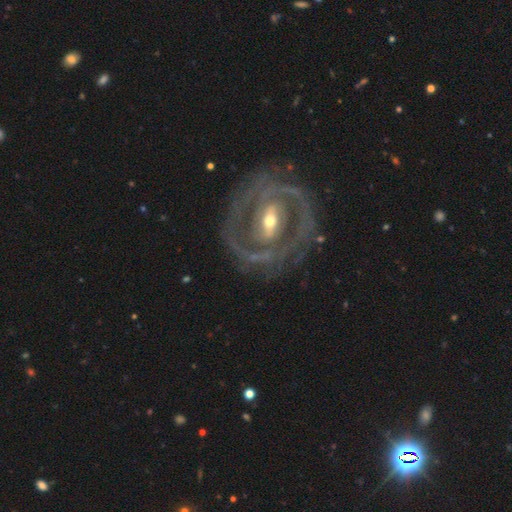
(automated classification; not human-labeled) Smooth or featured?
  - featured or disk: 86% *
  - smooth: 8%
  - star or artifact: 6%
Edge-on disk?
  - no: 95% *
  - yes: 5%
Bar?
  - strong: 49% *
  - weak: 32%
  - no: 19%
Spiral arms?
  - yes: 80% *
  - no: 20%
Spiral winding?
  - tight: 58% *
  - medium: 33%
  - loose: 10%
Spiral arm count?
  - 2: 66% *
  - can't tell: 16%
  - 3: 7%
  - 1: 5%
  - 4: 3%
  - more than 4: 3%
Bulge size?
  - moderate: 50% *
  - small: 43%
  - large: 5%
  - none: 1%
  - dominant: 1%
Merging?
  - none: 78% *
  - minor disturbance: 12%
  - major disturbance: 8%
  - merger: 2%